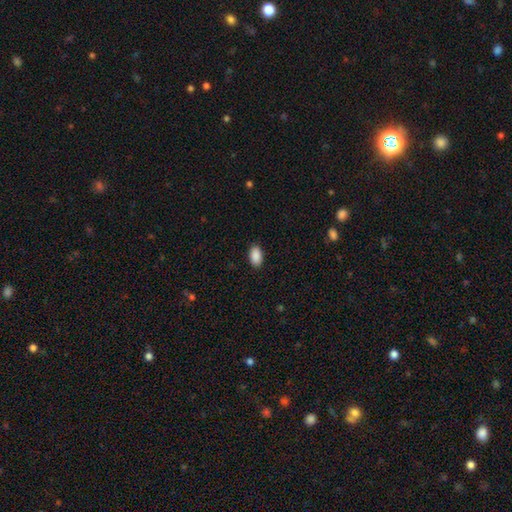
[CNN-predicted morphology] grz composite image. It shows a smooth galaxy with no disk features (90%) that is in between round and cigar-shaped (93%). Merging: none (89%).